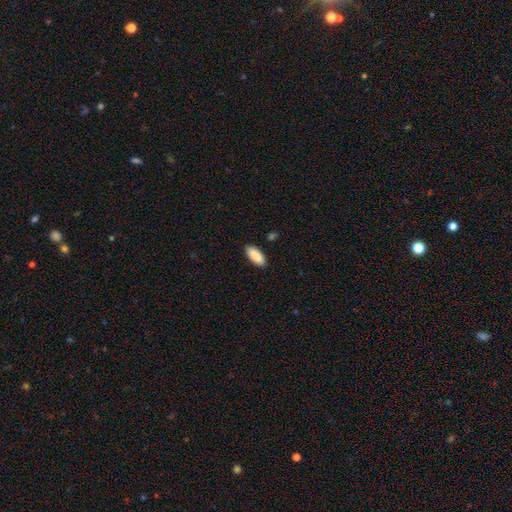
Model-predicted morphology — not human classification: This is clearly a smooth galaxy (89%). How rounded: clearly in between (81%). Merging: clearly none (89%).